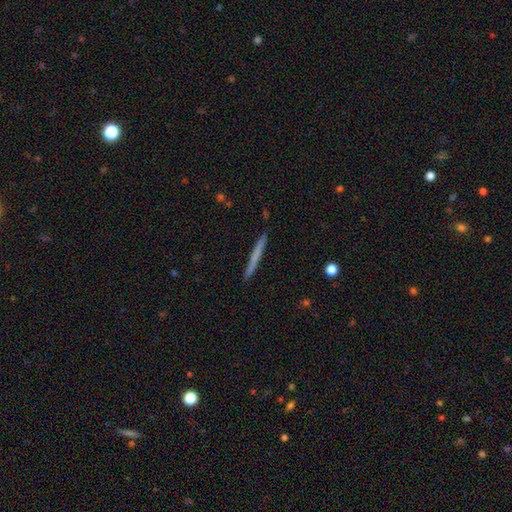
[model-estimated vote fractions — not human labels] smooth 58%, featured or disk 36%, star or artifact 6%. Down the decision tree: how rounded — cigar-shaped (97%); merging — none (92%).